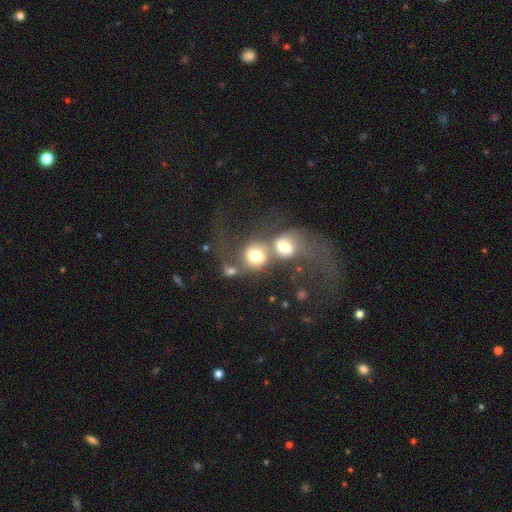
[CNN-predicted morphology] Smooth or featured?
  - smooth: 58% *
  - featured or disk: 31%
  - star or artifact: 10%
How rounded?
  - round: 64% *
  - in between: 35%
  - cigar-shaped: 1%
Merging?
  - merger: 71% *
  - major disturbance: 12%
  - none: 12%
  - minor disturbance: 5%